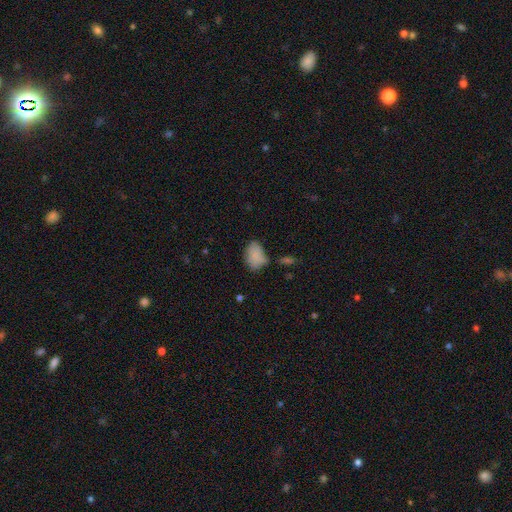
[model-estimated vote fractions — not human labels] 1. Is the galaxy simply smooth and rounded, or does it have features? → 82% smooth, 9% star or artifact, 9% featured or disk.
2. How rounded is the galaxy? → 83% in between, 16% round, 1% cigar-shaped.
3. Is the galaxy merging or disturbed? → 49% none, 31% minor disturbance, 11% major disturbance, 9% merger.